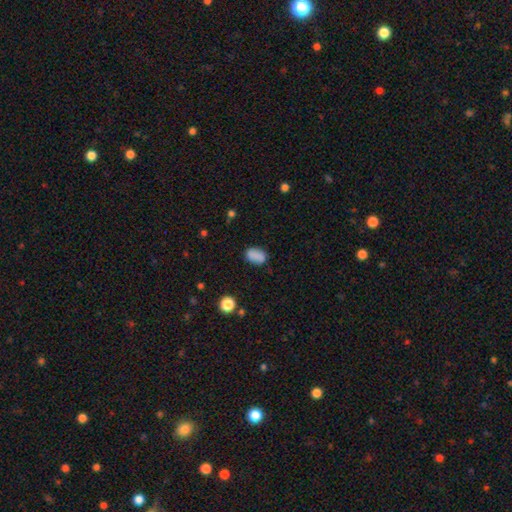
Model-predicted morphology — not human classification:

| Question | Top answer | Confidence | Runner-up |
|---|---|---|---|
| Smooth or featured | smooth | 85% | star or artifact (9%) |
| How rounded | in between | 88% | round (10%) |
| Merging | none | 77% | minor disturbance (16%) |